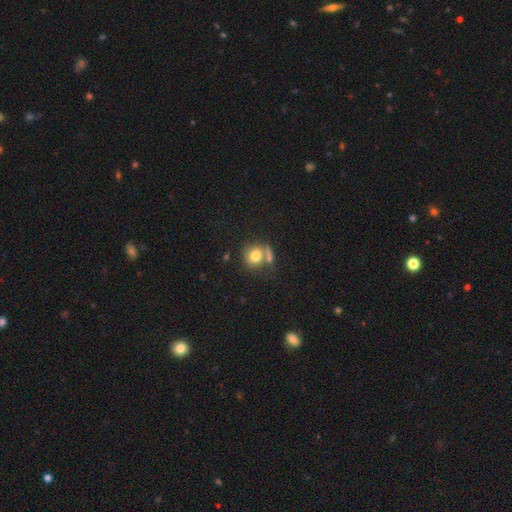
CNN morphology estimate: smooth 76%, featured or disk 14%, star or artifact 10%. Down the decision tree: how rounded — round (82%); merging — none (53%).